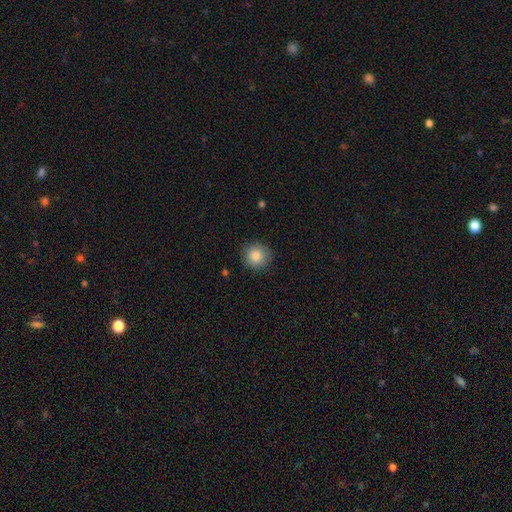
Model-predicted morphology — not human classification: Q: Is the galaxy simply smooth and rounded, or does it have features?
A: smooth — 85%.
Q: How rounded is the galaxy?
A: round — 92%.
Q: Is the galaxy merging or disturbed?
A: none — 88%.